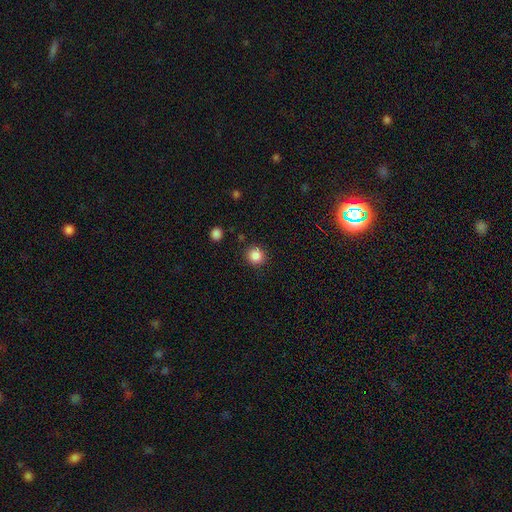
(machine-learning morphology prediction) Q: Smooth or featured?
A: smooth (86%); runner-up: star or artifact (11%)
Q: How rounded?
A: round (92%); runner-up: in between (7%)
Q: Merging?
A: none (89%); runner-up: minor disturbance (7%)